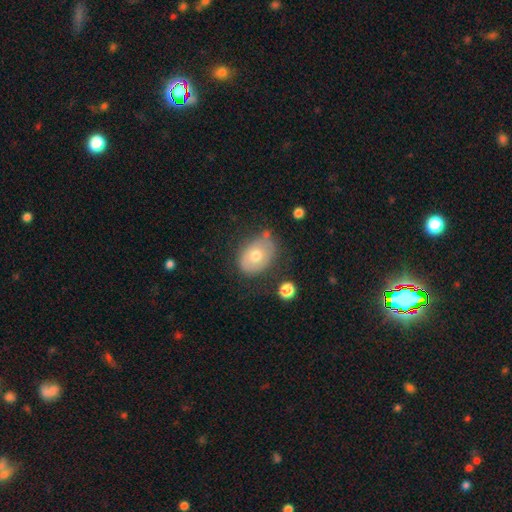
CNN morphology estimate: smooth_or_featured: smooth (p=0.63) [alt: featured or disk p=0.29]
how_rounded: in between (p=0.69) [alt: round p=0.30]
merging: none (p=0.61) [alt: minor disturbance p=0.26]